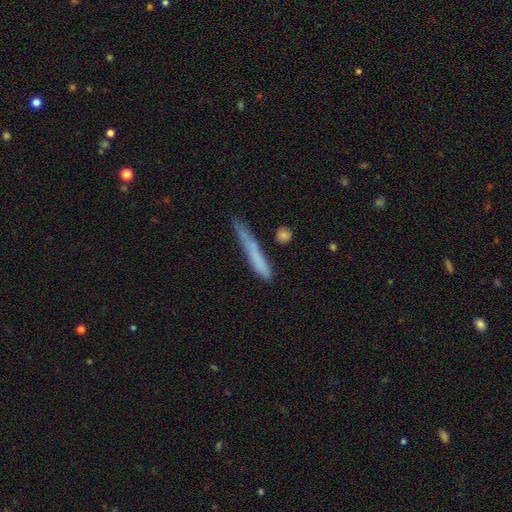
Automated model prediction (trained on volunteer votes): The model was most divided on "smooth or featured": smooth: 66%, featured or disk: 25%, star or artifact: 9%. More confident: how rounded — cigar-shaped (95%); merging — none (64%).